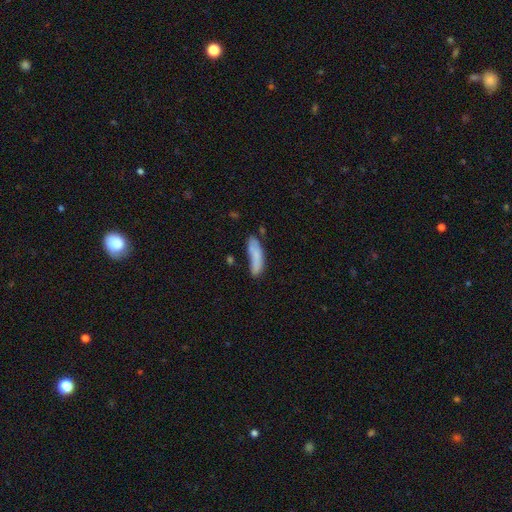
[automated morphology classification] Smooth or featured?
  - smooth: 74% *
  - featured or disk: 19%
  - star or artifact: 8%
How rounded?
  - cigar-shaped: 59% *
  - in between: 39%
  - round: 2%
Merging?
  - none: 47% *
  - minor disturbance: 27%
  - merger: 13%
  - major disturbance: 13%